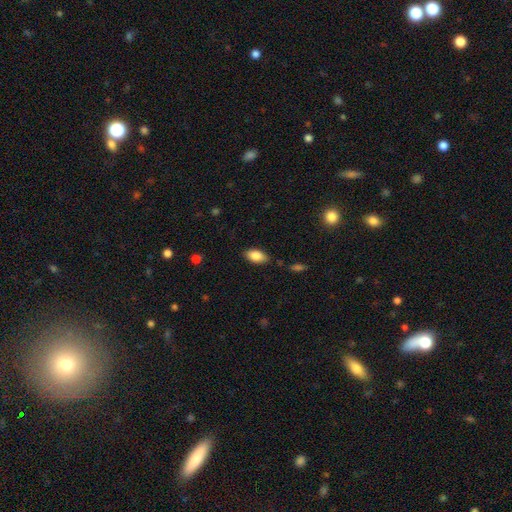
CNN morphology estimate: A smooth galaxy with no disk features (86%) that is in between round and cigar-shaped (92%).

Vote fractions:
- Smooth or featured? smooth: 86% / star or artifact: 7% / featured or disk: 7%
- How rounded? in between: 92% / cigar-shaped: 4% / round: 4%
- Merging? none: 84% / minor disturbance: 12% / major disturbance: 3% / merger: 2%